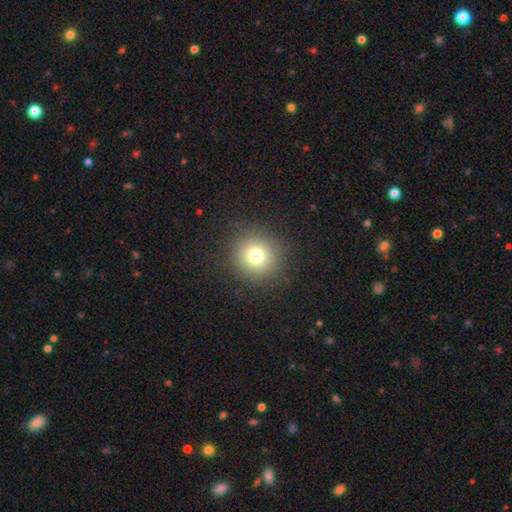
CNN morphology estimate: type=smooth (76%); roundness=round (93%); merging=none (90%).